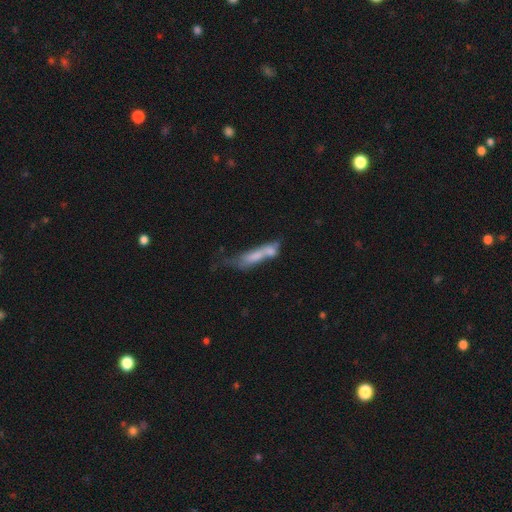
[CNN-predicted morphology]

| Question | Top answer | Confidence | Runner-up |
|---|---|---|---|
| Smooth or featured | smooth | 60% | featured or disk (31%) |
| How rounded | cigar-shaped | 59% | in between (38%) |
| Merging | merger | 54% | none (17%) |